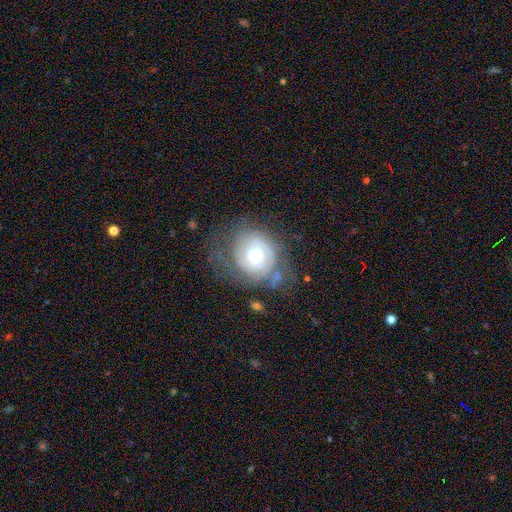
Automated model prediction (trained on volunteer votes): Smooth or featured?
  - featured or disk: 70% *
  - smooth: 23%
  - star or artifact: 7%
Edge-on disk?
  - no: 97% *
  - yes: 3%
Bar?
  - no: 66% *
  - weak: 28%
  - strong: 6%
Spiral arms?
  - yes: 83% *
  - no: 17%
Spiral winding?
  - tight: 68% *
  - medium: 24%
  - loose: 9%
Spiral arm count?
  - can't tell: 42% *
  - 2: 33%
  - 3: 10%
  - 1: 8%
  - 4: 4%
  - more than 4: 3%
Bulge size?
  - moderate: 62% *
  - small: 29%
  - large: 7%
  - dominant: 1%
  - none: 1%
Merging?
  - none: 51% *
  - minor disturbance: 24%
  - major disturbance: 21%
  - merger: 4%